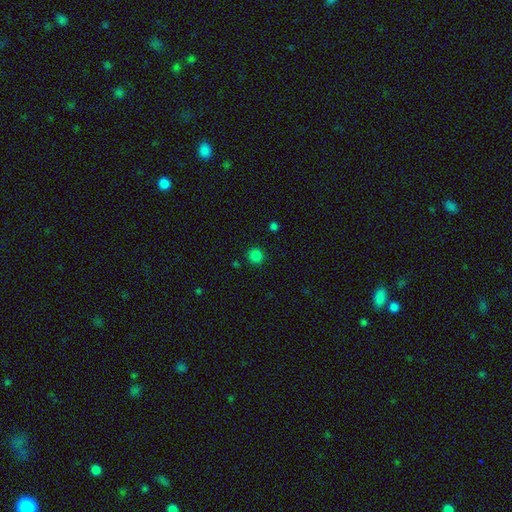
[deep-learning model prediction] This appears to be a smooth galaxy with no disk features (82%) that is round (94%). Merging: none (90%).